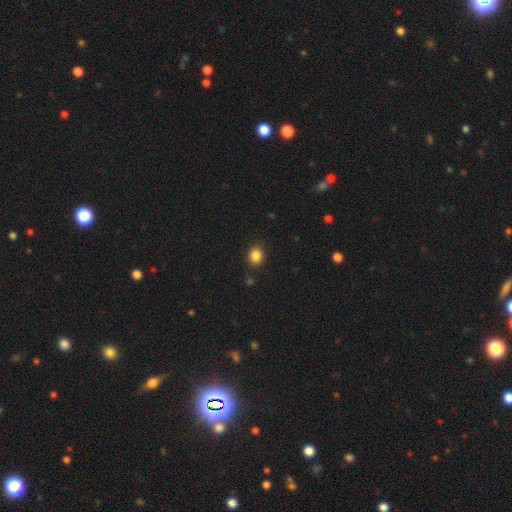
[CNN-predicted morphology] Q: Smooth or featured?
A: smooth (85%); runner-up: star or artifact (11%)
Q: How rounded?
A: round (70%); runner-up: in between (29%)
Q: Merging?
A: none (87%); runner-up: minor disturbance (9%)